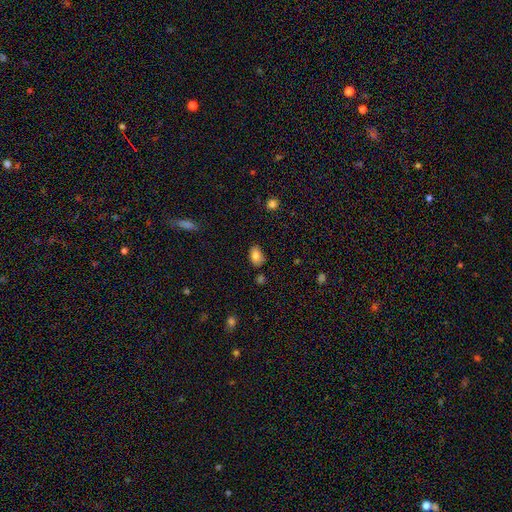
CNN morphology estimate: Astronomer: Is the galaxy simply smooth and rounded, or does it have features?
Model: smooth — 81%.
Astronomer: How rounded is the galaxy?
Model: in between — 83%.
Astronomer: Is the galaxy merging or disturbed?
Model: none — 76%.